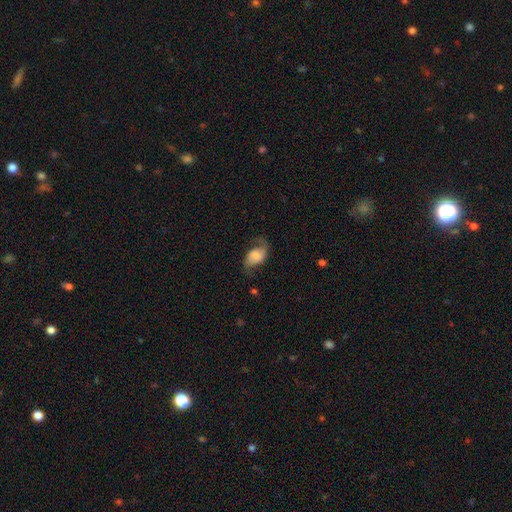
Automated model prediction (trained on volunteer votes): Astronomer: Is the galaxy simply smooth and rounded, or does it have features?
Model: featured or disk — 47% (runner-up: smooth, 45%).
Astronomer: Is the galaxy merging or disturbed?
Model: none — 50% (runner-up: minor disturbance, 26%).